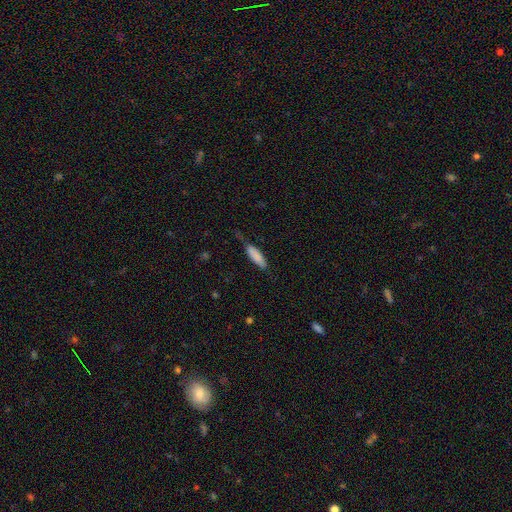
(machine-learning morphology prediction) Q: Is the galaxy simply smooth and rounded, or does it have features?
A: smooth — 85%.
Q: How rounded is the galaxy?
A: in between — 49%, tied with cigar-shaped.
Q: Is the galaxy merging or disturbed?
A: none — 53%.